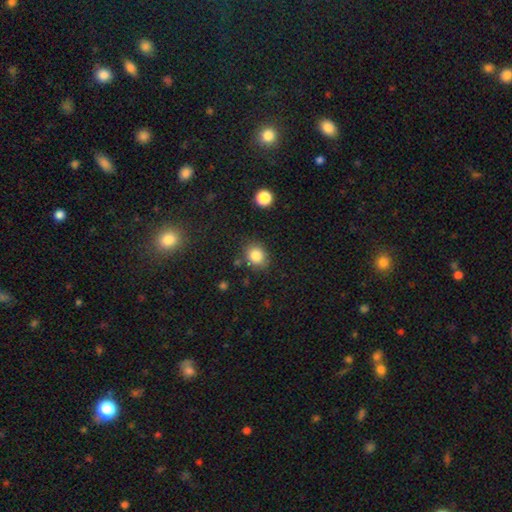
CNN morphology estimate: smooth-or-featured: smooth: 84% | star or artifact: 10% | featured or disk: 6%
  how-rounded: round: 62% | in between: 37% | cigar-shaped: 1%
  merging: none: 81% | minor disturbance: 13% | merger: 3% | major disturbance: 3%